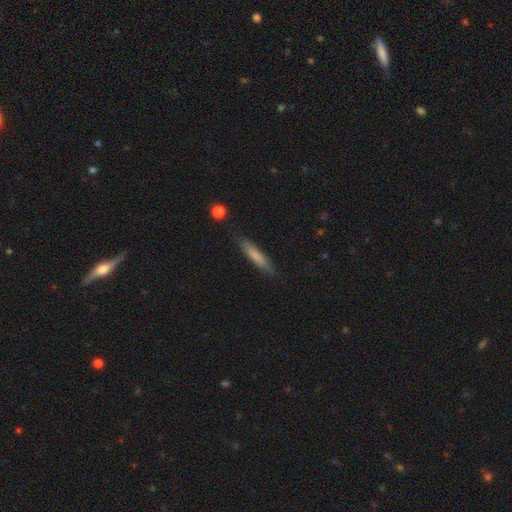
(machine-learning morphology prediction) The model was most divided on "smooth or featured": smooth: 75%, featured or disk: 19%, star or artifact: 6%. More confident: how rounded — cigar-shaped (88%); merging — none (84%).